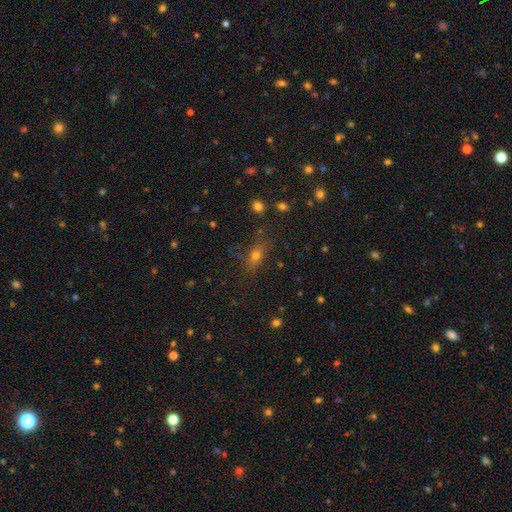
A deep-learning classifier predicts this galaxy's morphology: Smooth or featured: smooth — 62% (star or artifact — 23%)
How rounded: in between — 59% (round — 26%)
Merging: none — 75% (minor disturbance — 15%)